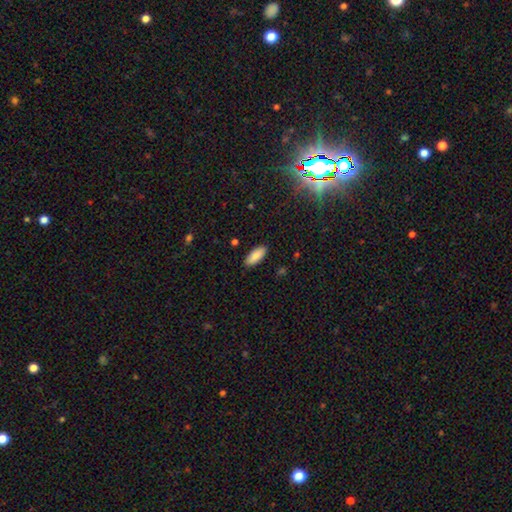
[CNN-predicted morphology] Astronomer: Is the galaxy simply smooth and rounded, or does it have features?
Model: smooth — 86%.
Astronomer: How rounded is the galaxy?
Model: in between — 80%.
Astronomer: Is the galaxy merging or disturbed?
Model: none — 89%.